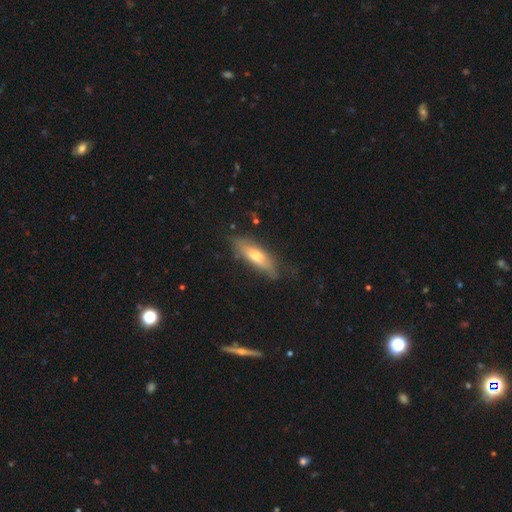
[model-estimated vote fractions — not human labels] Overall: smooth (55%; featured or disk 38%). How rounded: cigar-shaped (58%; in between 39%). Merging: none (72%).